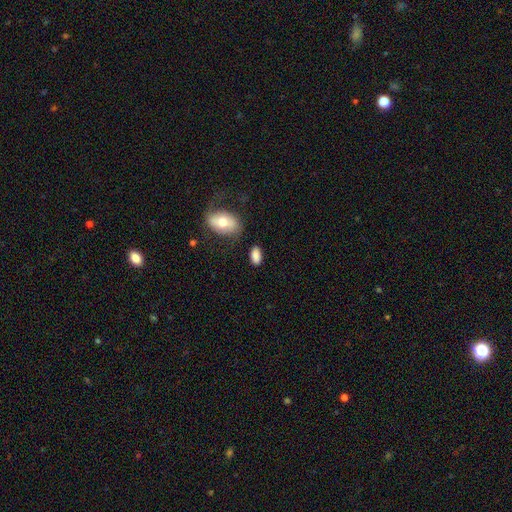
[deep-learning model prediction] smooth 86%, star or artifact 8%, featured or disk 7%. Down the decision tree: how rounded — in between (92%); merging — none (78%).